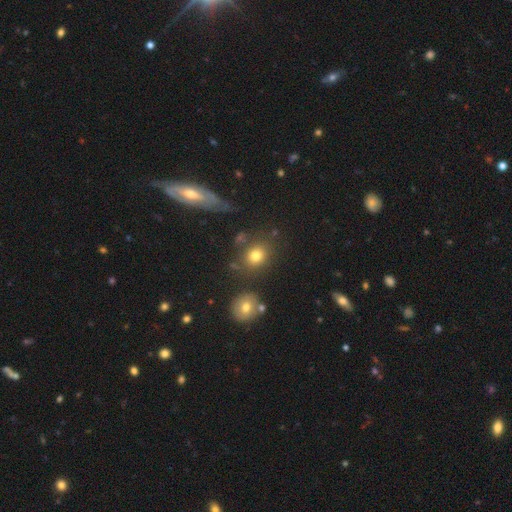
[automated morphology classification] smooth_or_featured: smooth (p=0.76) [alt: star or artifact p=0.14]
how_rounded: round (p=0.63) [alt: in between p=0.36]
merging: none (p=0.73) [alt: minor disturbance p=0.12]